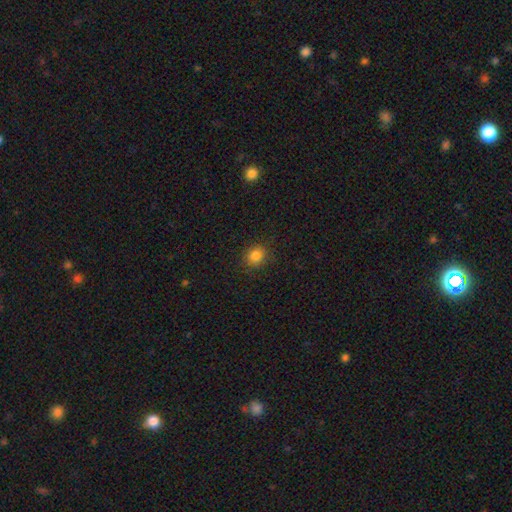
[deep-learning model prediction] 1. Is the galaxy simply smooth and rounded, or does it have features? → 83% smooth, 12% star or artifact, 4% featured or disk.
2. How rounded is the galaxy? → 78% round, 21% in between, 1% cigar-shaped.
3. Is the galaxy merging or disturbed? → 87% none, 9% minor disturbance, 3% major disturbance, 1% merger.